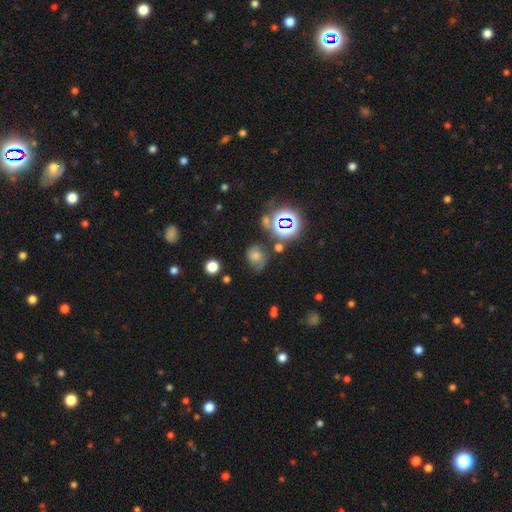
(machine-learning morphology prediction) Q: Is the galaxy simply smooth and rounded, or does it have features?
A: smooth — 42%.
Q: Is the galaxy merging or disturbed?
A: none — 62%.